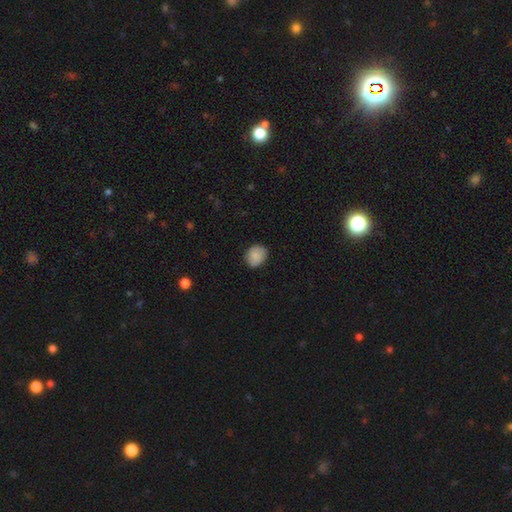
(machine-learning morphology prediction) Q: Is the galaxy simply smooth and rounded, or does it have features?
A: smooth — 85%.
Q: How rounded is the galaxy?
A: round — 69%.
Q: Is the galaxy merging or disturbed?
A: none — 85%.